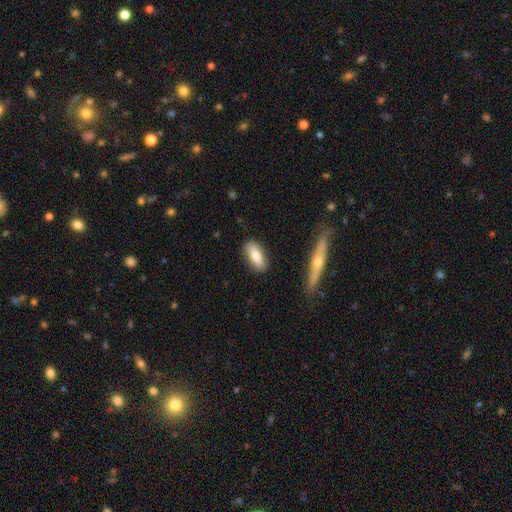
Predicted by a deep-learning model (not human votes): Morphology: type=smooth (75%); roundness=in between (75%); merging=none (83%).